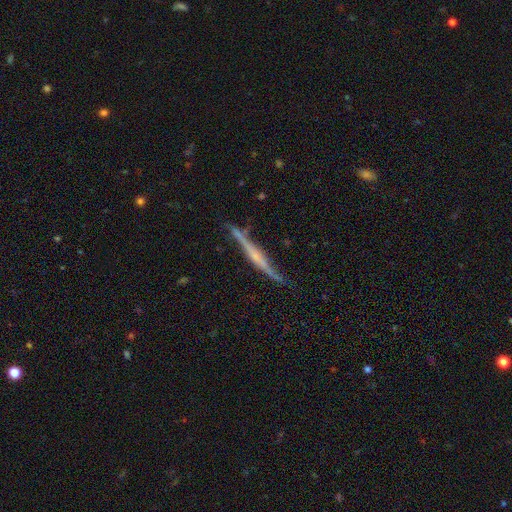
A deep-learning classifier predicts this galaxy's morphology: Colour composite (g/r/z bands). It shows a featured or disk galaxy (76%) viewed edge-on (96%) with a rounded central bulge (49%). Merging: none (73%).